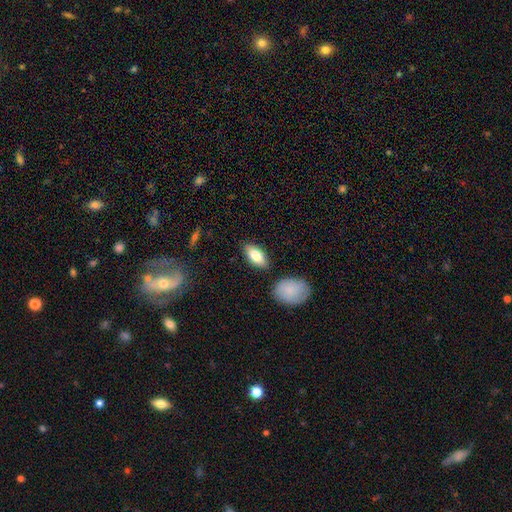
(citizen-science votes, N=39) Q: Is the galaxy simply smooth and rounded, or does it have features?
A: smooth — 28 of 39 (72%).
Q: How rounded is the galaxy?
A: in between — 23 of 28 (82%).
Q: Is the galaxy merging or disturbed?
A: none — 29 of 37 (78%).